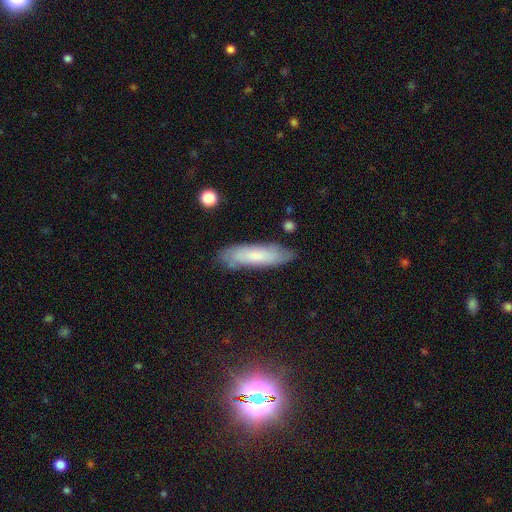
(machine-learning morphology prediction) A smooth galaxy with no disk features (58%) that is cigar-shaped (60%). Merging: none (79%).